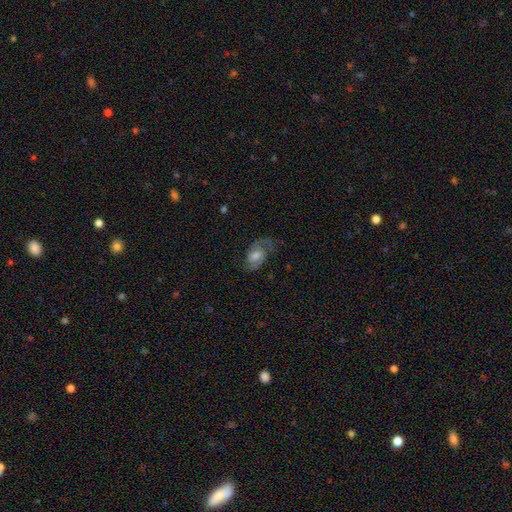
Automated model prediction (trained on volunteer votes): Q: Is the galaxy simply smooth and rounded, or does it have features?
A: featured or disk — 66%.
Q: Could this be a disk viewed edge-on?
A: no — 96%.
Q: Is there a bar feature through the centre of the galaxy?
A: no — 59%.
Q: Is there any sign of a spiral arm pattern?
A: yes — 88%.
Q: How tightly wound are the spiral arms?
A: medium — 46%.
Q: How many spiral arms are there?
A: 2 — 79%.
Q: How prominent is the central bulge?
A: moderate — 60%.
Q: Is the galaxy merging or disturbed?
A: none — 59%.